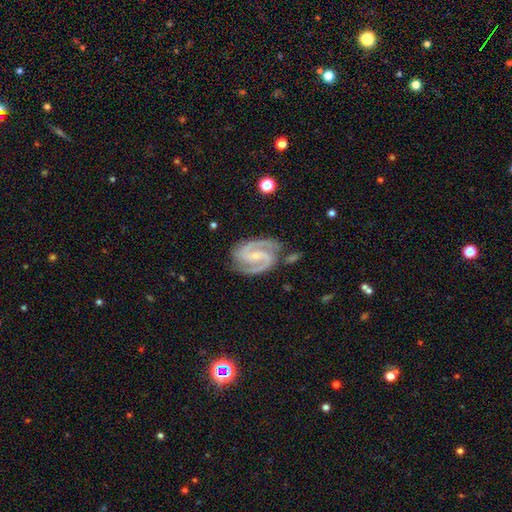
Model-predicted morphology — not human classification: type=featured or disk (93%); edge-on=no (98%); bar=weak (40%); spiral arms=yes (99%); winding=medium (53%); arm count=2 (93%); bulge=small (74%); merging=none (77%).